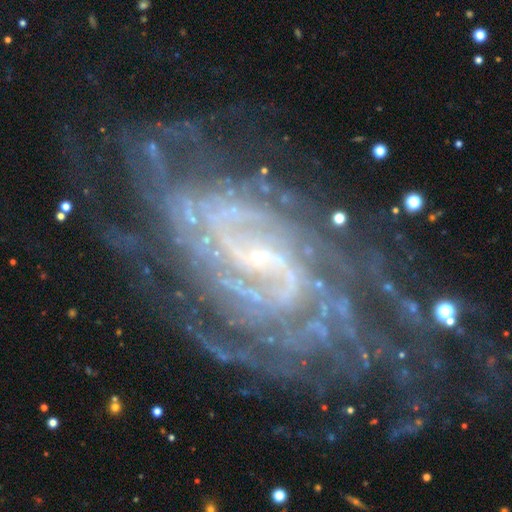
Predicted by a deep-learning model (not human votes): Smooth or featured: featured or disk — 89% (star or artifact — 7%)
Edge-on disk: no — 96% (yes — 4%)
Bar: weak — 48% (strong — 27%)
Spiral arms: yes — 97% (no — 3%)
Spiral winding: tight — 68% (medium — 26%)
Spiral arm count: can't tell — 31% (more than 4 — 19%)
Bulge size: small — 71% (moderate — 15%)
Merging: none — 68% (minor disturbance — 17%)